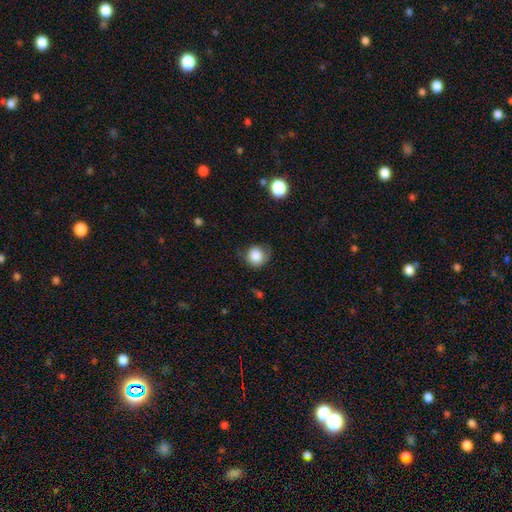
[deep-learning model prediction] A smooth galaxy with no disk features (84%) that is round (86%).

Vote fractions:
- Smooth or featured? smooth: 84% / star or artifact: 9% / featured or disk: 7%
- How rounded? round: 86% / in between: 13% / cigar-shaped: 1%
- Merging? none: 64% / minor disturbance: 26% / major disturbance: 8% / merger: 2%